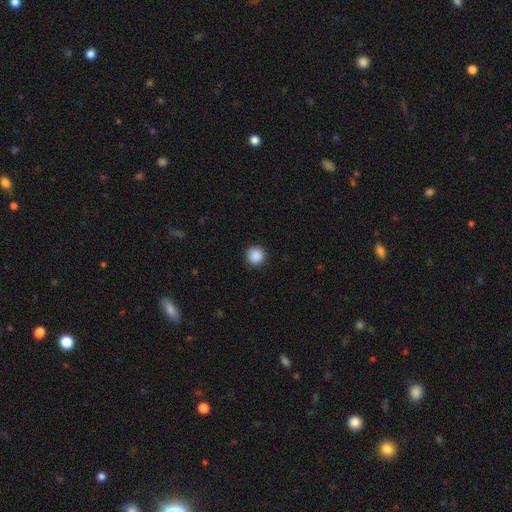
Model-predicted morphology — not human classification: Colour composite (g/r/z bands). It shows a smooth galaxy with no disk features (88%) that is round (95%). Merging: none (92%).